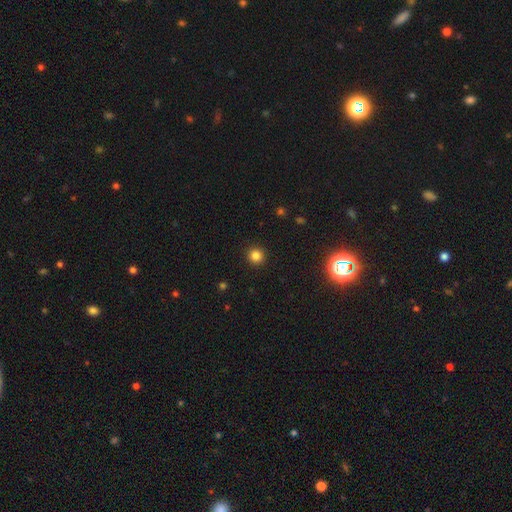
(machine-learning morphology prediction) Smooth or featured?
  - smooth: 83% *
  - star or artifact: 13%
  - featured or disk: 4%
How rounded?
  - round: 95% *
  - in between: 4%
  - cigar-shaped: 1%
Merging?
  - none: 93% *
  - minor disturbance: 5%
  - major disturbance: 2%
  - merger: 1%